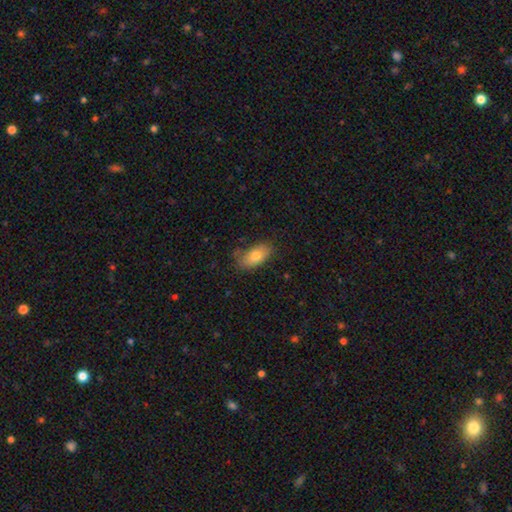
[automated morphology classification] This appears to be a smooth galaxy with no disk features (76%) that is in between round and cigar-shaped (91%). Merging: none (69%).